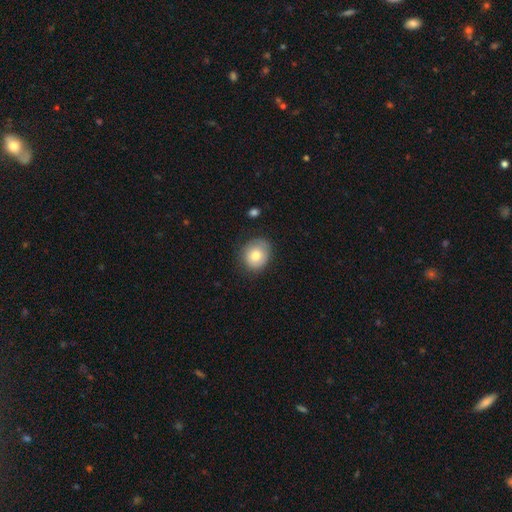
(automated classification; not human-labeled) The model was most divided on "how rounded": round: 71%, in between: 28%, cigar-shaped: 1%. More confident: merging — none (76%); smooth or featured — smooth (73%).